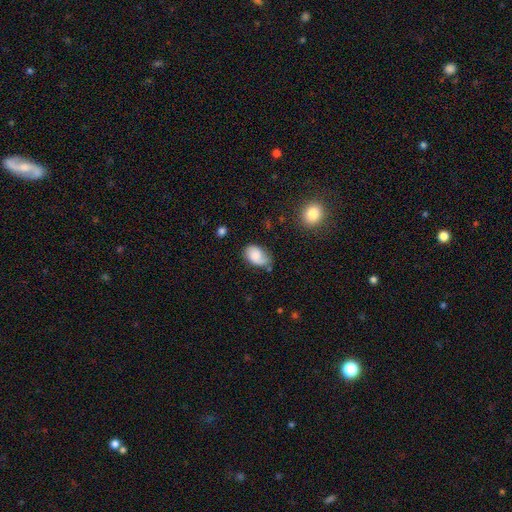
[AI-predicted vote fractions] smooth 63%, featured or disk 29%, star or artifact 8%. Down the decision tree: how rounded — in between (86%); merging — none (50%).